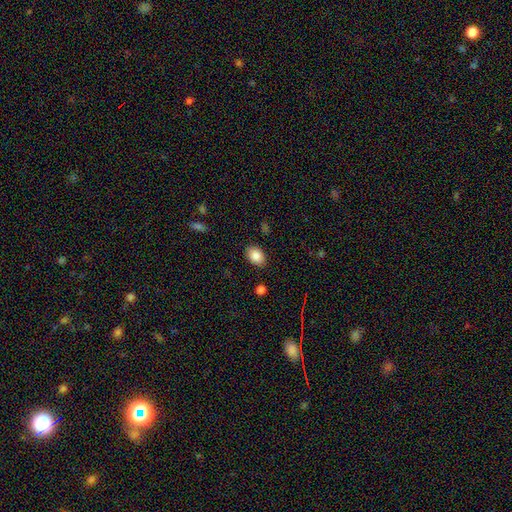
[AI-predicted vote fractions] Q: Smooth or featured?
A: smooth (86%); runner-up: star or artifact (8%)
Q: How rounded?
A: in between (78%); runner-up: round (21%)
Q: Merging?
A: none (86%); runner-up: minor disturbance (10%)